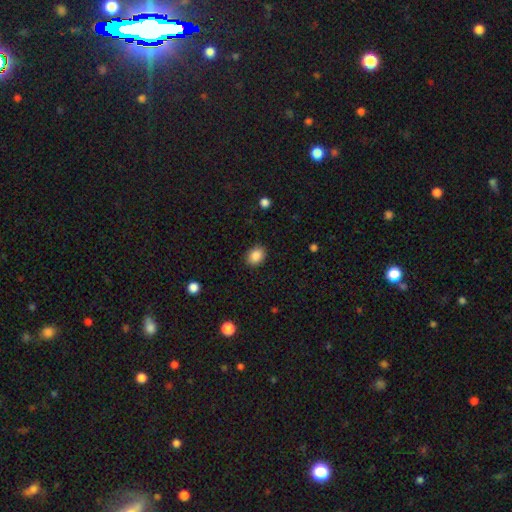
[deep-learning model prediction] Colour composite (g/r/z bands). It shows a smooth galaxy with no disk features (87%) that is in between round and cigar-shaped (61%). Merging: none (88%).